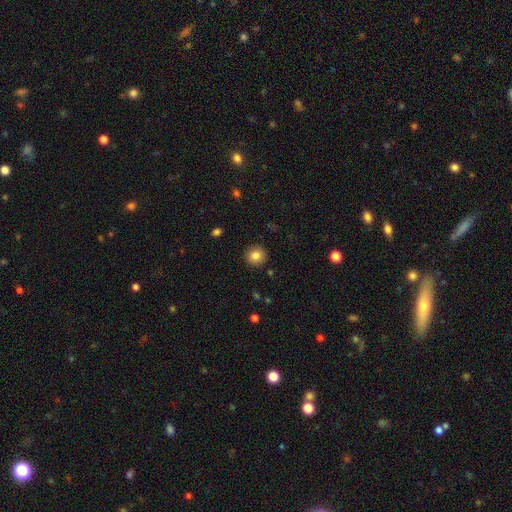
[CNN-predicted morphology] The model was most divided on "smooth or featured": smooth: 83%, star or artifact: 10%, featured or disk: 7%. More confident: how rounded — round (93%); merging — none (91%).